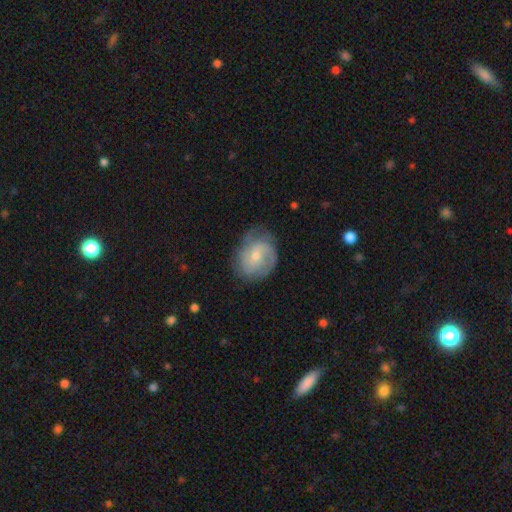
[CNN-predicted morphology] This is likely a featured or disk galaxy (64%). It is clearly not viewed edge-on (97%). Bar: likely no (61%). Spiral arm pattern: clearly yes (86%). Spiral arm count: marginally 2 (43%). Spiral winding: marginally tight (44%). Central bulge: possibly small (58%). Merging: likely none (64%).